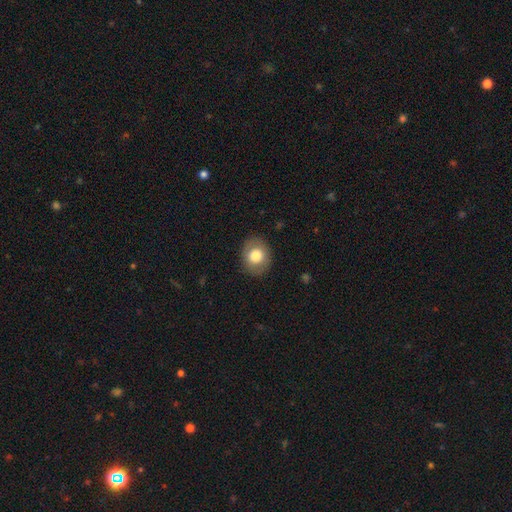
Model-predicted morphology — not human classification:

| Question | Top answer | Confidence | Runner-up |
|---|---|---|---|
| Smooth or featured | smooth | 75% | featured or disk (18%) |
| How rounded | round | 56% | in between (43%) |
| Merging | none | 86% | minor disturbance (10%) |